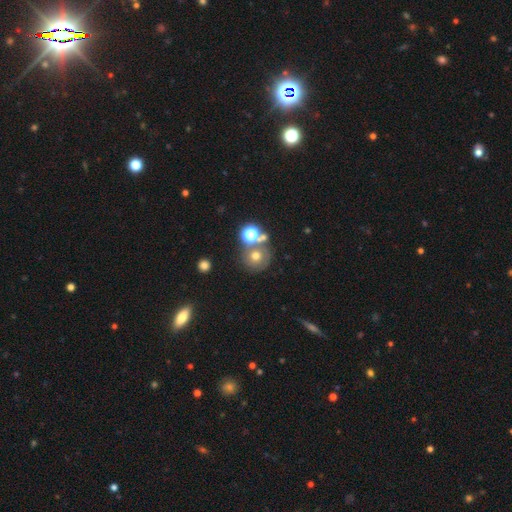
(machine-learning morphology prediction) A smooth galaxy with no disk features (60%) that is round (89%). Merging: none (59%).